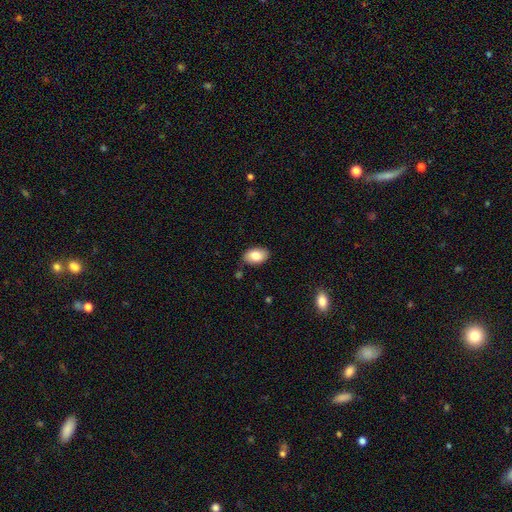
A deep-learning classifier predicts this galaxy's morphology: The model was most divided on "smooth or featured": smooth: 82%, featured or disk: 11%, star or artifact: 7%. More confident: how rounded — in between (91%); merging — none (85%).